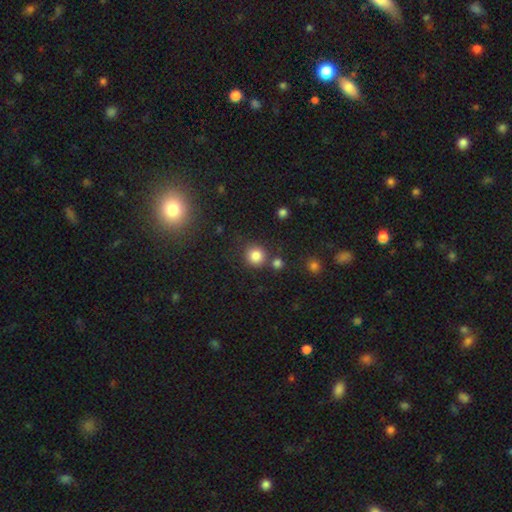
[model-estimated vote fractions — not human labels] smooth 84%, star or artifact 12%, featured or disk 5%. Down the decision tree: how rounded — round (91%); merging — none (78%).